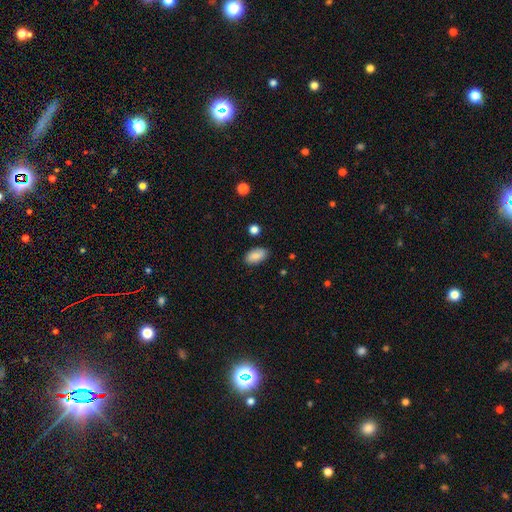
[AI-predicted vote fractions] Smooth or featured? smooth (84%)
How rounded? in between (93%)
Merging? none (84%)